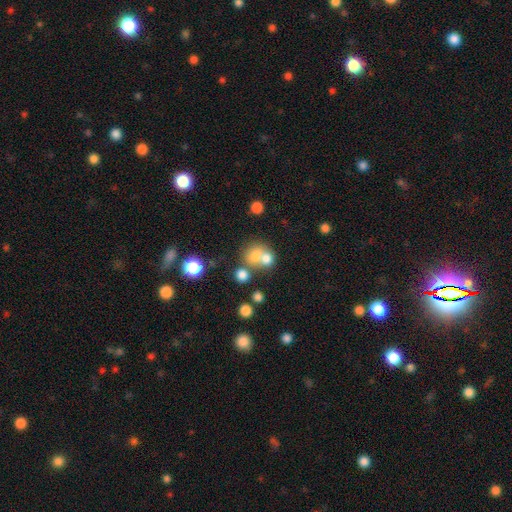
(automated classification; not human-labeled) Morphology: type=smooth (72%); roundness=round (77%); merging=merger (47%).